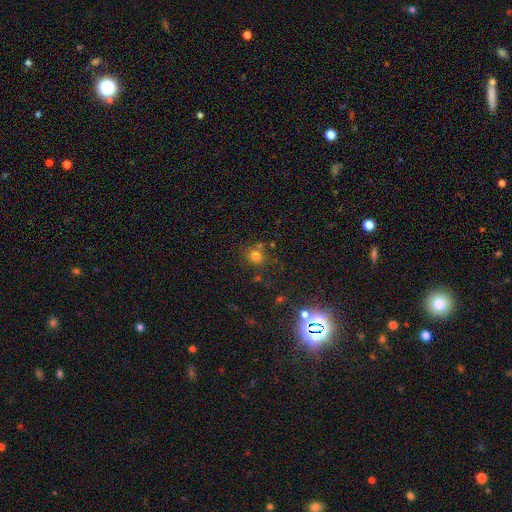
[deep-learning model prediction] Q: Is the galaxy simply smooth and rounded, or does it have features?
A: smooth — 71%.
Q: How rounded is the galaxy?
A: round — 84%.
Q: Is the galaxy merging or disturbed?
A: none — 71%.